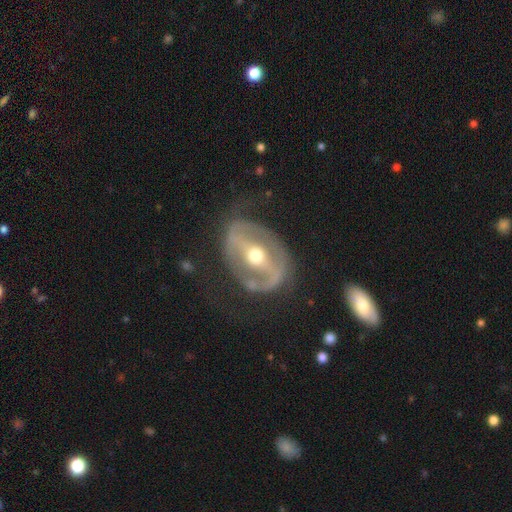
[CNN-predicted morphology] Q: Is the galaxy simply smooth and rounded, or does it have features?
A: featured or disk — 83%.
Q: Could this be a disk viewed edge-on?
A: no — 94%.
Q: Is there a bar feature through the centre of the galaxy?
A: strong — 62%.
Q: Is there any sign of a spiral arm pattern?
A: yes — 59%.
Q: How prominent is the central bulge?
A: moderate — 76%.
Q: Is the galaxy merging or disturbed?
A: none — 69%.